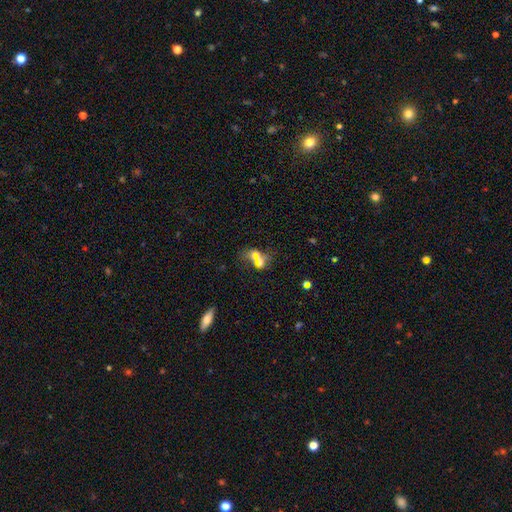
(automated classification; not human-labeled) Smooth or featured? Predicted: smooth (p=0.43). Merging? Predicted: none (p=0.51).